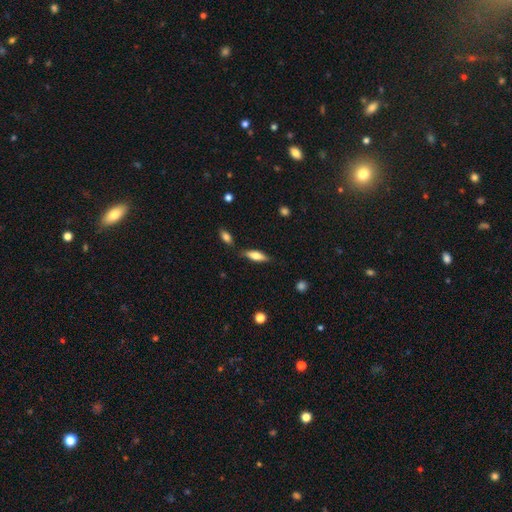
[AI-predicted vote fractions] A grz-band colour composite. It shows a smooth galaxy with no disk features (62%) that is in between round and cigar-shaped (54%). Merging: none (79%).